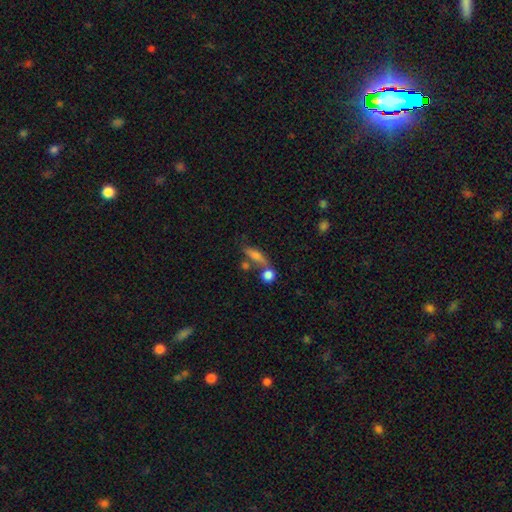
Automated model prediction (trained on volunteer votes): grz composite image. It shows a smooth galaxy with no disk features (57%) that is cigar-shaped (53%). Merging: none (53%).